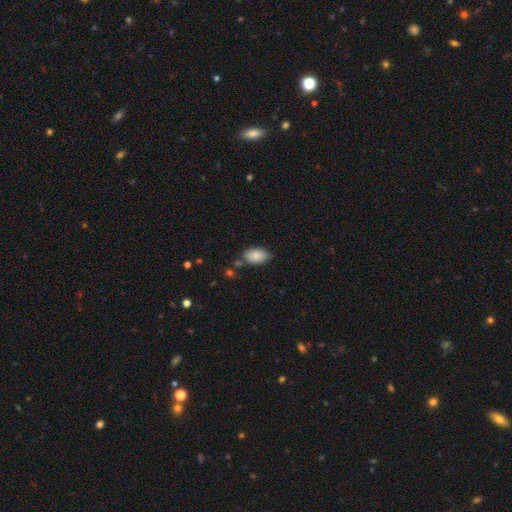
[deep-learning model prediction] The model was most divided on "merging": none: 73%, minor disturbance: 19%, merger: 5%, major disturbance: 4%. More confident: how rounded — in between (92%); smooth or featured — smooth (87%).